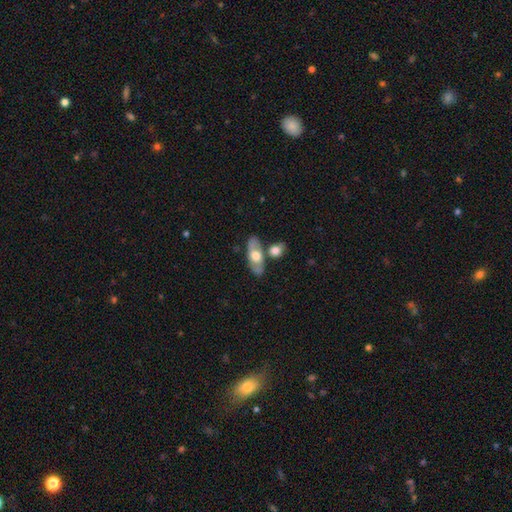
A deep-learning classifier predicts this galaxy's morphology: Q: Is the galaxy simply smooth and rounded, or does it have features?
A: featured or disk — 48%.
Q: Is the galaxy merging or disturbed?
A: none — 68%.